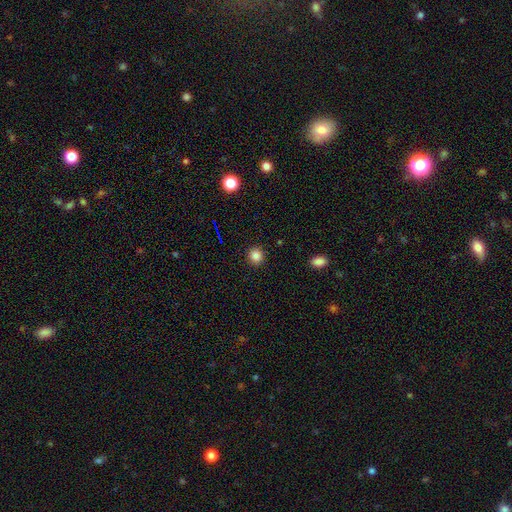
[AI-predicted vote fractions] A smooth galaxy with no disk features (83%) that is round (88%). Merging: none (91%).